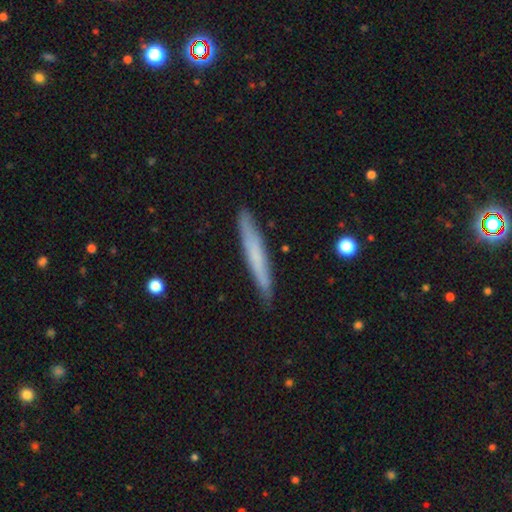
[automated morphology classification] The model was most divided on "smooth or featured": smooth: 60%, featured or disk: 34%, star or artifact: 6%. More confident: how rounded — cigar-shaped (96%); merging — none (88%).